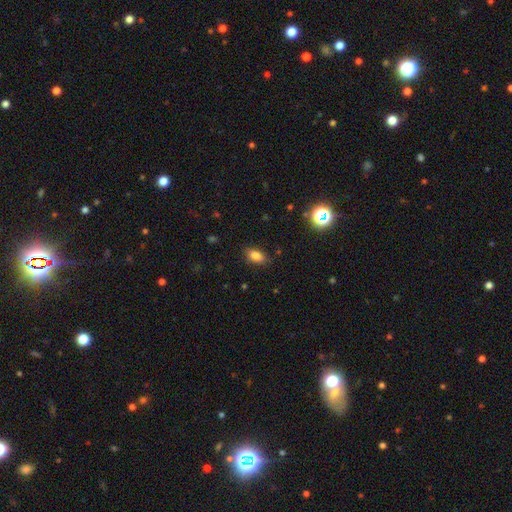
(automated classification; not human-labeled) A smooth galaxy with no disk features (83%) that is in between round and cigar-shaped (86%). Merging: none (83%).